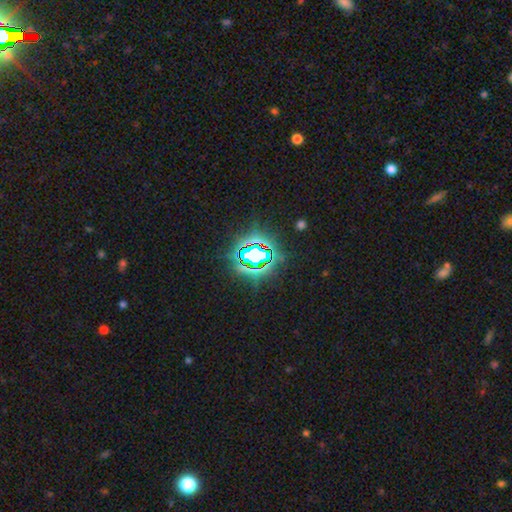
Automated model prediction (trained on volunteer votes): Q: Smooth or featured?
A: star or artifact (76%); runner-up: smooth (13%)